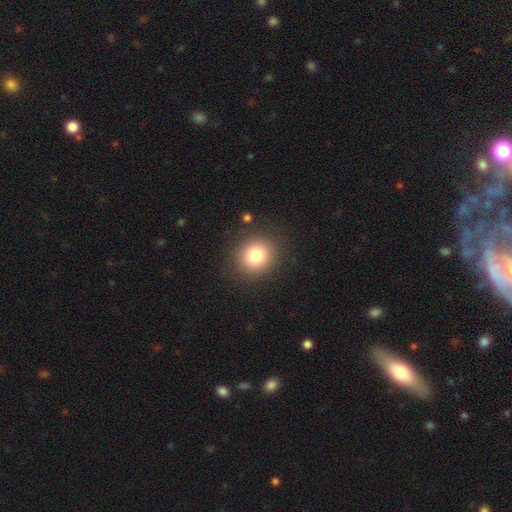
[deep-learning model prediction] Overall: smooth (81%). How rounded: round (84%). Merging: none (89%).